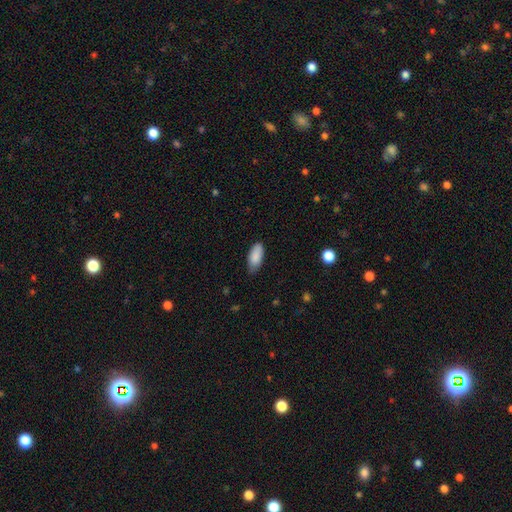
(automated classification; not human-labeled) Smooth or featured? smooth (88%)
How rounded? in between (89%)
Merging? none (71%)